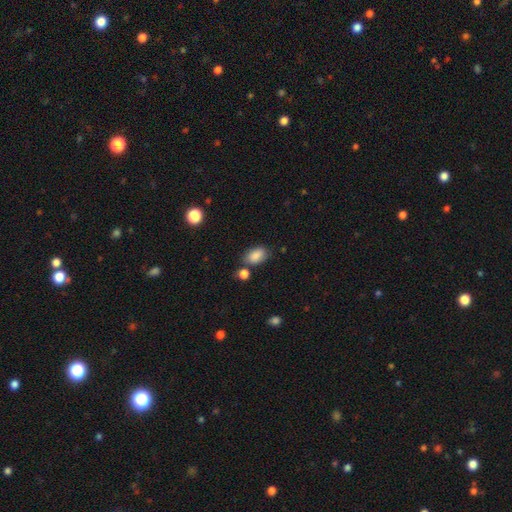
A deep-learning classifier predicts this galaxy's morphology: The model was most divided on "merging": none: 68%, minor disturbance: 17%, merger: 10%, major disturbance: 5%. More confident: how rounded — in between (90%); smooth or featured — smooth (85%).